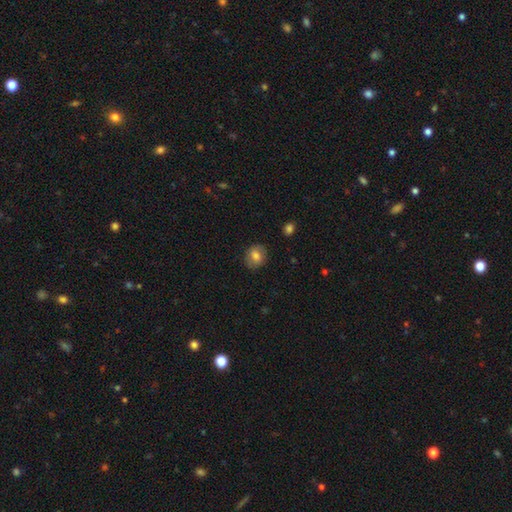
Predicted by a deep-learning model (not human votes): This is likely a smooth galaxy (75%). How rounded: likely round (65%). Merging: clearly none (83%).